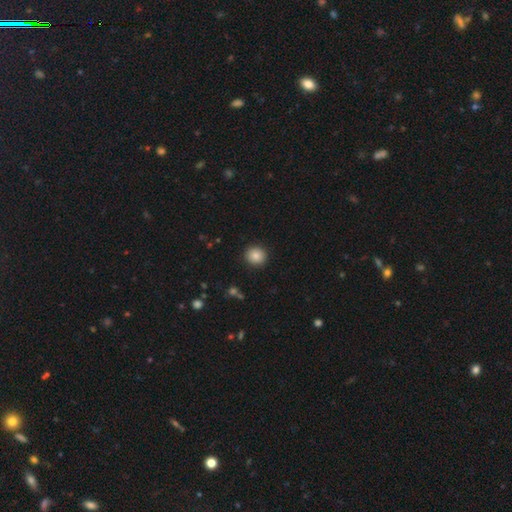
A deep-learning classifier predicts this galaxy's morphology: Smooth or featured? Predicted: smooth (p=0.86). How rounded? Predicted: round (p=0.89). Merging? Predicted: none (p=0.91).